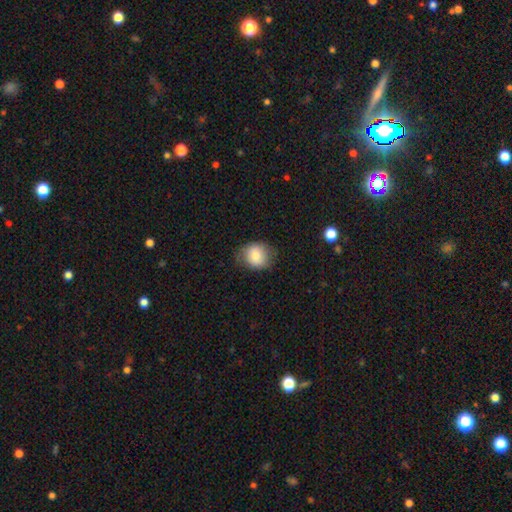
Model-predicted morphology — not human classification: smooth_or_featured: smooth (p=0.79) [alt: featured or disk p=0.13]
how_rounded: round (p=0.64) [alt: in between p=0.35]
merging: none (p=0.73) [alt: minor disturbance p=0.20]